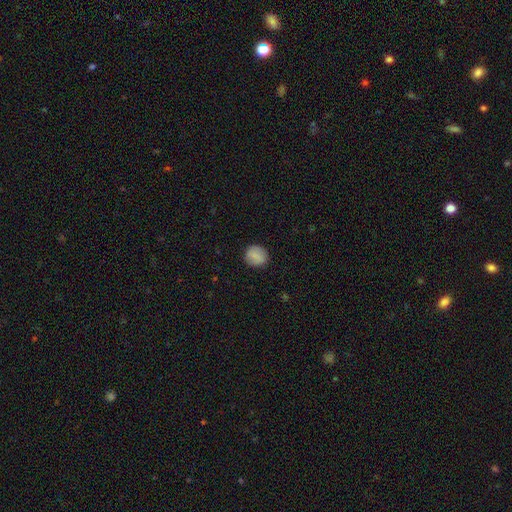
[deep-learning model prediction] Smooth or featured? smooth (83%)
How rounded? round (87%)
Merging? none (90%)